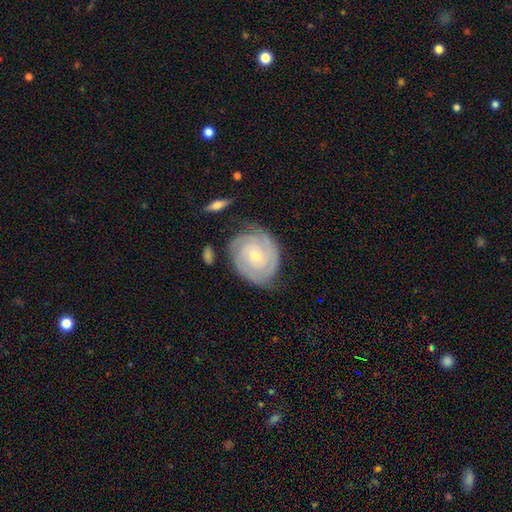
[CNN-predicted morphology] Q: Smooth or featured?
A: featured or disk (84%); runner-up: smooth (11%)
Q: Edge-on disk?
A: no (97%); runner-up: yes (3%)
Q: Bar?
A: no (71%); runner-up: weak (23%)
Q: Spiral arms?
A: yes (96%); runner-up: no (4%)
Q: Spiral winding?
A: tight (79%); runner-up: medium (17%)
Q: Spiral arm count?
A: 2 (42%); runner-up: can't tell (22%)
Q: Bulge size?
A: small (76%); runner-up: moderate (21%)
Q: Merging?
A: none (73%); runner-up: minor disturbance (18%)